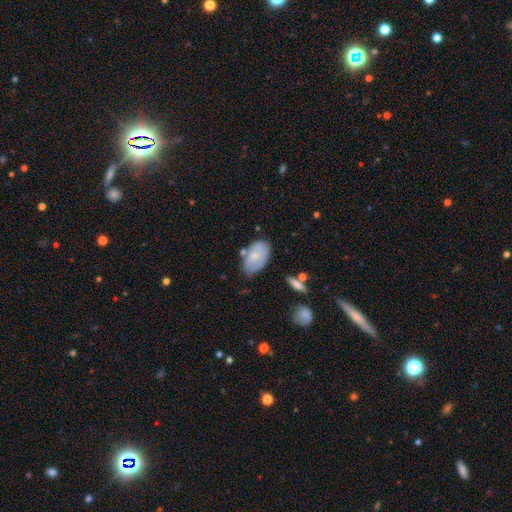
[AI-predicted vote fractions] A smooth galaxy with no disk features (59%) that is in between round and cigar-shaped (92%).

Vote fractions:
- Smooth or featured? smooth: 59% / featured or disk: 34% / star or artifact: 6%
- How rounded? in between: 92% / round: 6% / cigar-shaped: 2%
- Merging? none: 59% / minor disturbance: 27% / merger: 8% / major disturbance: 7%